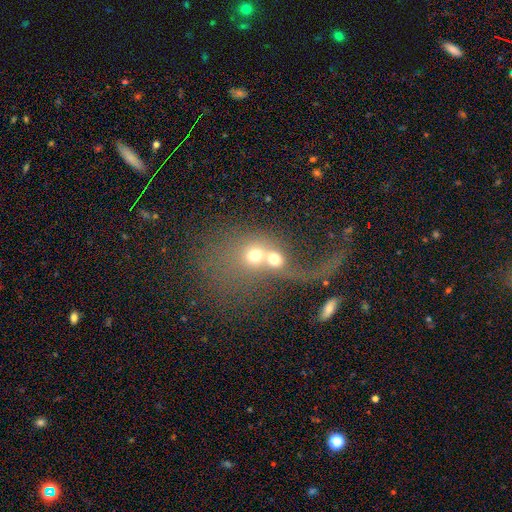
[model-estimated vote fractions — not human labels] A smooth galaxy with no disk features (46%). Merging: merger (76%).